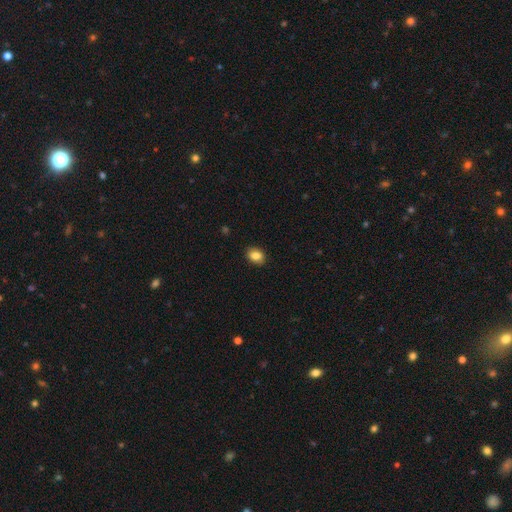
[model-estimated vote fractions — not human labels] Smooth or featured?
  - smooth: 86% *
  - star or artifact: 9%
  - featured or disk: 5%
How rounded?
  - in between: 61% *
  - round: 38%
  - cigar-shaped: 1%
Merging?
  - none: 88% *
  - minor disturbance: 9%
  - major disturbance: 2%
  - merger: 1%